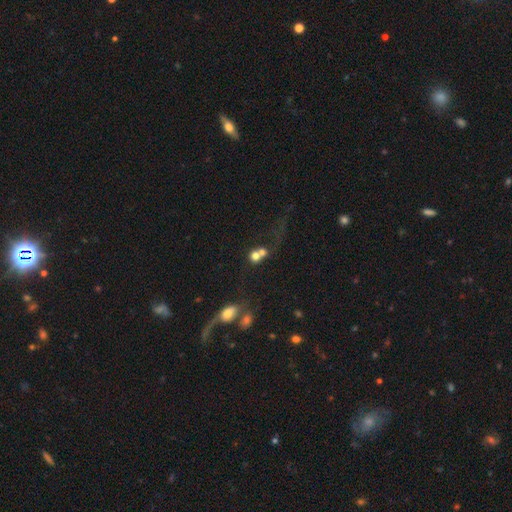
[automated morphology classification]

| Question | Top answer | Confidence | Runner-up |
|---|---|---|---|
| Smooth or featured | smooth | 70% | featured or disk (15%) |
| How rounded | round | 79% | in between (19%) |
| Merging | merger | 56% | none (28%) |